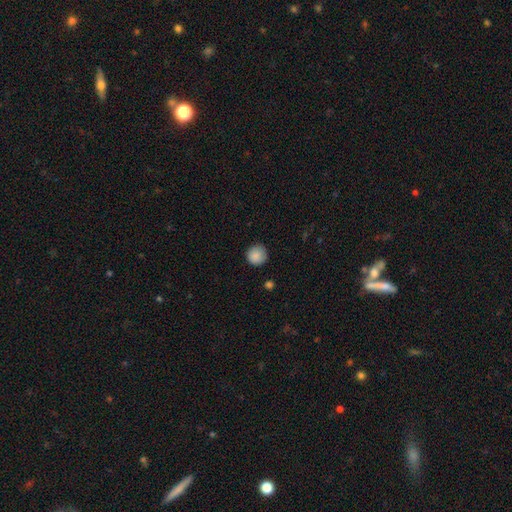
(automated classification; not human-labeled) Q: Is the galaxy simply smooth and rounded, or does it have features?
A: smooth — 88%.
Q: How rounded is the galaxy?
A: round — 94%.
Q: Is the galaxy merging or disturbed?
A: none — 87%.